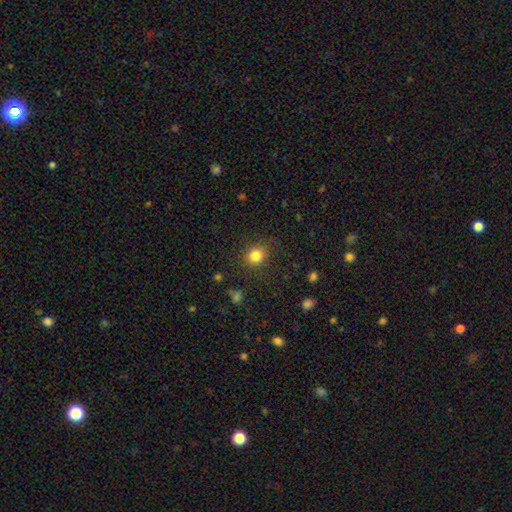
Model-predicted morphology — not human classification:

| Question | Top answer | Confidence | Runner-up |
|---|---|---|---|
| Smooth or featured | smooth | 83% | star or artifact (12%) |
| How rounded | round | 79% | in between (20%) |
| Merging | none | 84% | minor disturbance (11%) |